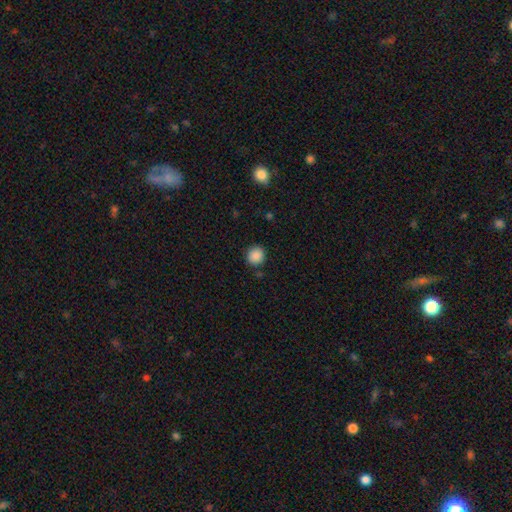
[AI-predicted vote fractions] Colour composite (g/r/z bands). It shows a smooth galaxy with no disk features (88%) that is round (90%). Merging: none (88%).